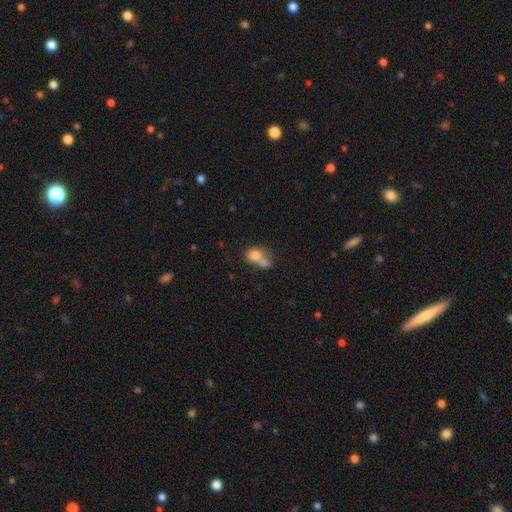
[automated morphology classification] smooth-or-featured: smooth: 73% | featured or disk: 17% | star or artifact: 10%
  how-rounded: round: 49% (tied) | in between: 49% (tied) | cigar-shaped: 2%
  merging: merger: 58% | none: 24% | minor disturbance: 11% | major disturbance: 8%